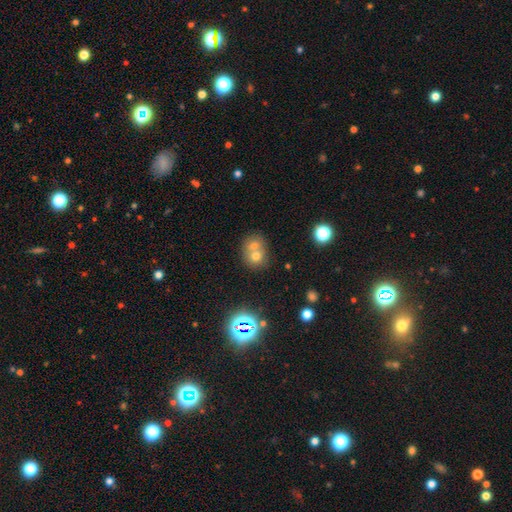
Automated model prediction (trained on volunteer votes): Overall: smooth (64%). How rounded: round (71%). Merging: merger (63%; none 29%).